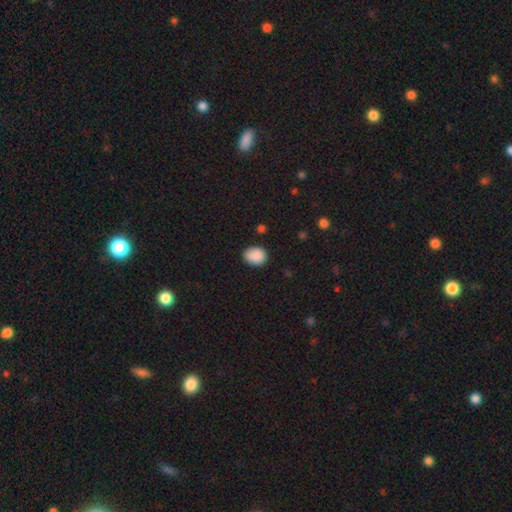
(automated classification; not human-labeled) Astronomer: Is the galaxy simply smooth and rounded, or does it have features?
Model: smooth — 89%.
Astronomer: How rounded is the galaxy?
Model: round — 52% (runner-up: in between, 47%).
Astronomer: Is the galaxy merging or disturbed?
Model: none — 83%.